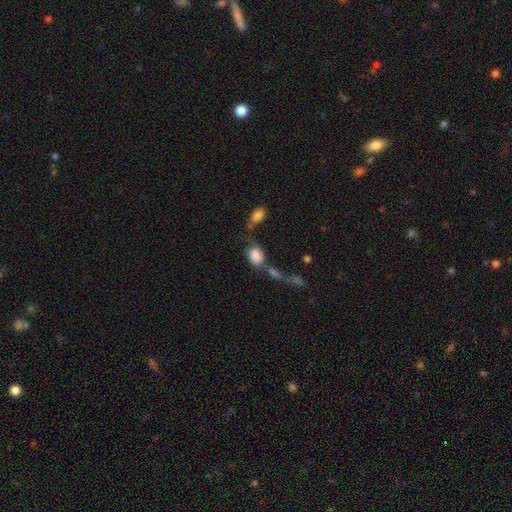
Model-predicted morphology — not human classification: Smooth or featured? Predicted: smooth (p=0.83). How rounded? Predicted: in between (p=0.75). Merging? Predicted: none (p=0.37).